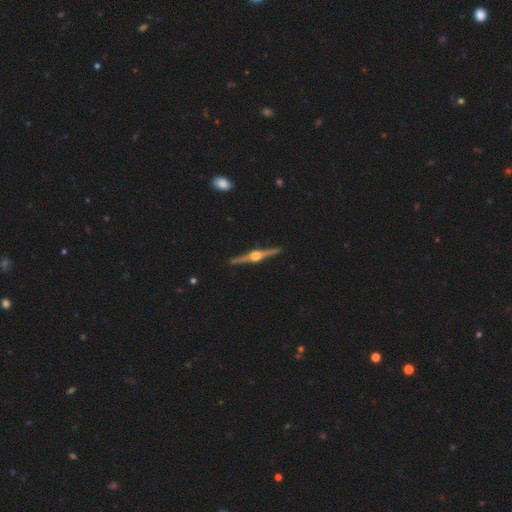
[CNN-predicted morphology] This appears to be a featured or disk galaxy (89%) viewed edge-on (98%) with a rounded central bulge (94%). Merging: none (92%).